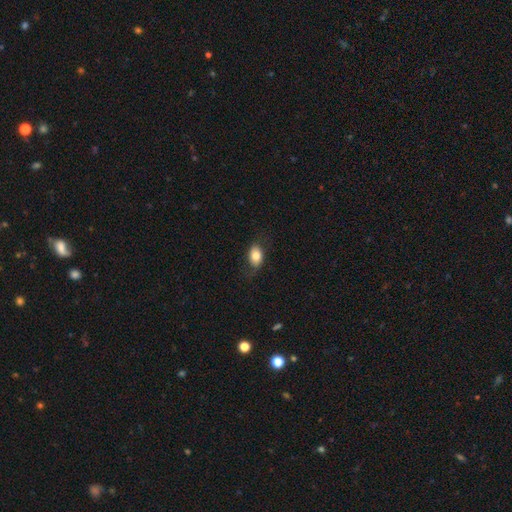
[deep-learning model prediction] This is likely a smooth galaxy (79%). How rounded: clearly in between (84%). Merging: likely none (73%).